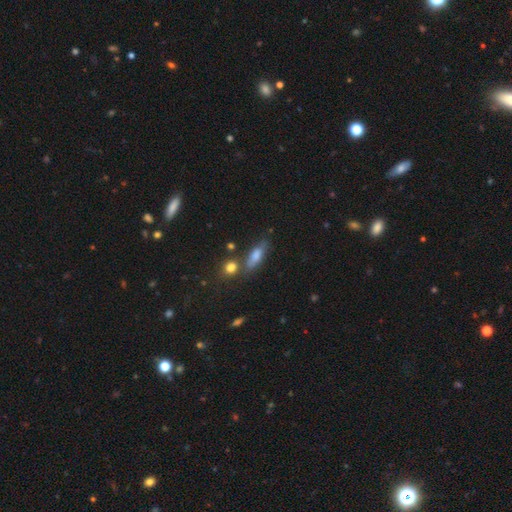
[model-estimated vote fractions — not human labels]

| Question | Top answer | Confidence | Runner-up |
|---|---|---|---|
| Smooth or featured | smooth | 70% | featured or disk (20%) |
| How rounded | in between | 53% | cigar-shaped (42%) |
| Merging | none | 63% | minor disturbance (18%) |